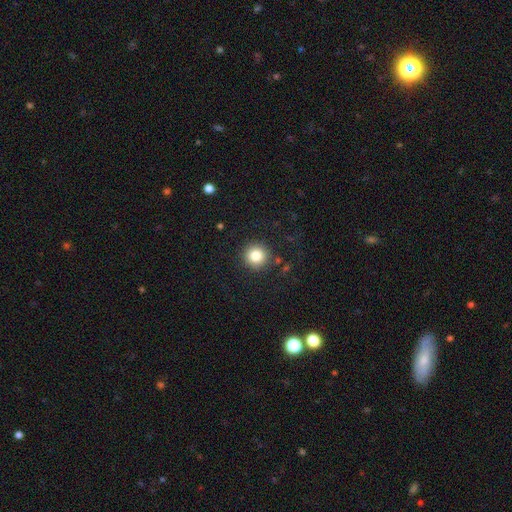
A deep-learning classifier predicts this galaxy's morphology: Smooth or featured?
  - smooth: 84% *
  - star or artifact: 10%
  - featured or disk: 6%
How rounded?
  - round: 95% *
  - in between: 4%
  - cigar-shaped: 1%
Merging?
  - none: 89% *
  - minor disturbance: 7%
  - major disturbance: 3%
  - merger: 2%